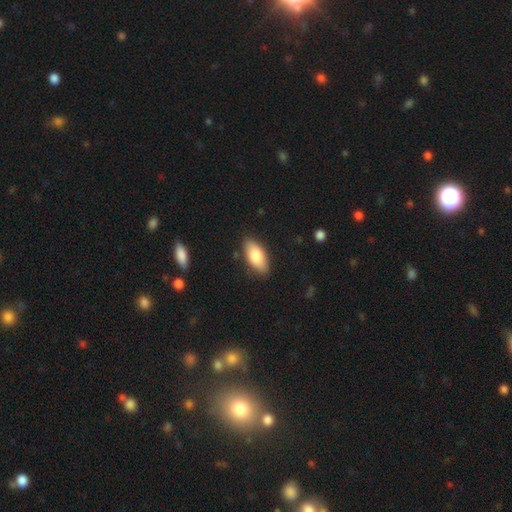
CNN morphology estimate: Overall: smooth (83%). How rounded: in between (89%). Merging: none (85%).